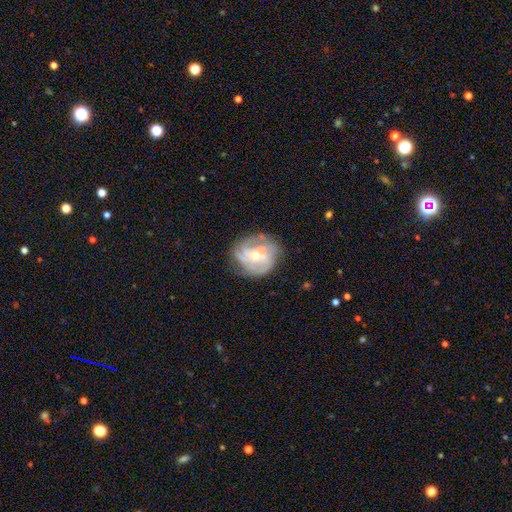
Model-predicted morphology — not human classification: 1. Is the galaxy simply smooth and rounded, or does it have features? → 74% featured or disk, 18% smooth, 8% star or artifact.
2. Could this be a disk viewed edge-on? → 98% no, 2% yes.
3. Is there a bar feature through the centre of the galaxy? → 65% no, 27% weak, 8% strong.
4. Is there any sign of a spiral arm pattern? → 78% yes, 22% no.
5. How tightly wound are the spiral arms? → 41% tight, 40% medium, 19% loose.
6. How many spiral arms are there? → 33% 3, 27% can't tell, 20% 2, 11% 4, 4% 1, 4% more than 4.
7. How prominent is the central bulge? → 53% moderate, 42% small, 2% large, 1% none, 1% dominant.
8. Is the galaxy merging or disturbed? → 56% none, 18% merger, 17% minor disturbance, 9% major disturbance.